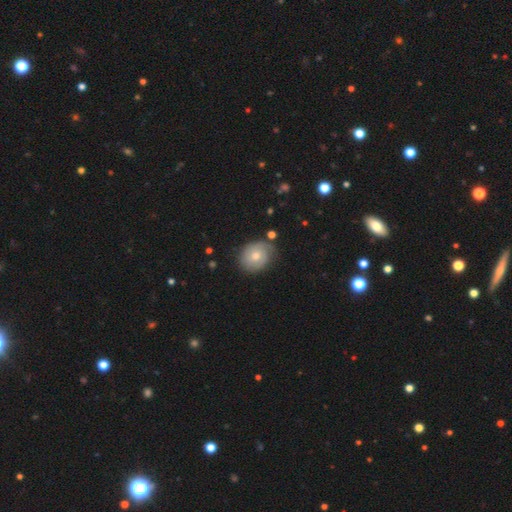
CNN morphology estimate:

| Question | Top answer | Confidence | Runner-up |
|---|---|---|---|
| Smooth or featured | smooth | 47% | featured or disk (46%) |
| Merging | none | 72% | minor disturbance (20%) |